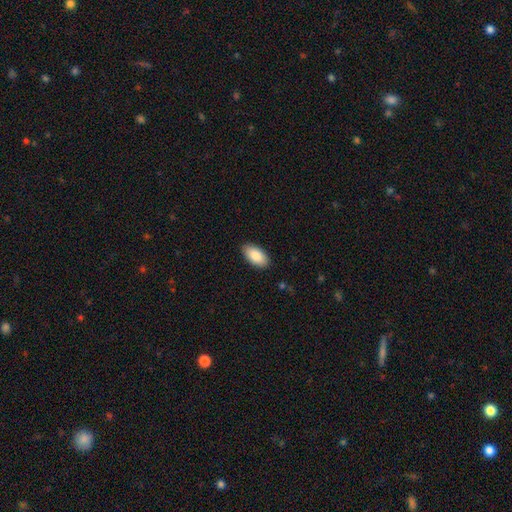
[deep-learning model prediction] A smooth galaxy with no disk features (89%) that is in between round and cigar-shaped (95%). Merging: none (88%).